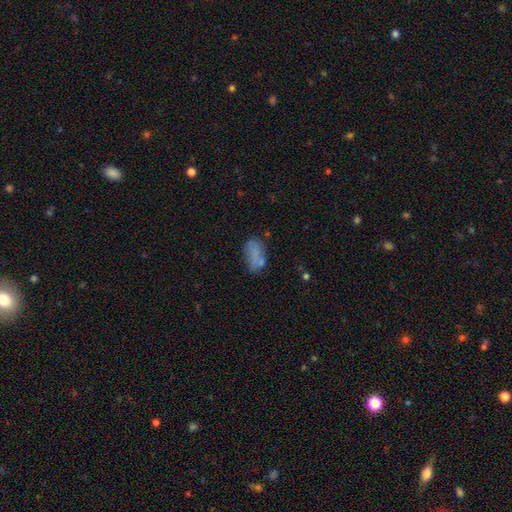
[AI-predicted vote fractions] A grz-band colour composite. It shows a smooth galaxy with no disk features (72%) that is in between round and cigar-shaped (90%). Merging: none (56%).